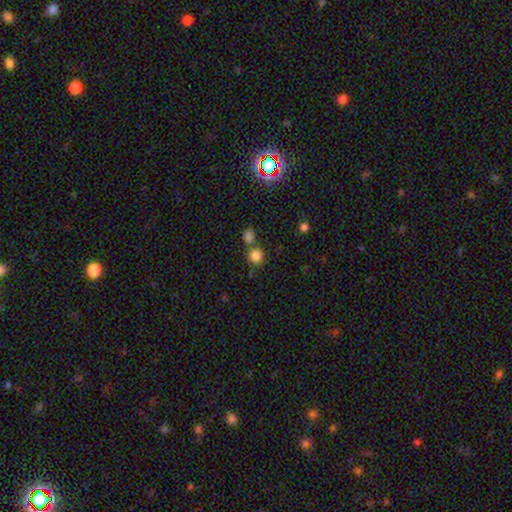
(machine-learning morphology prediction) A smooth galaxy with no disk features (82%) that is round (91%). Merging: none (66%).